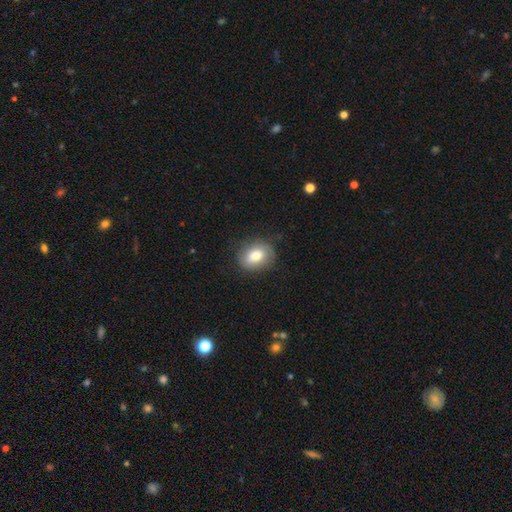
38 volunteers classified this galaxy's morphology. Overall: smooth (97%). How rounded: round (57%; in between 43%). Merging: none (76%).